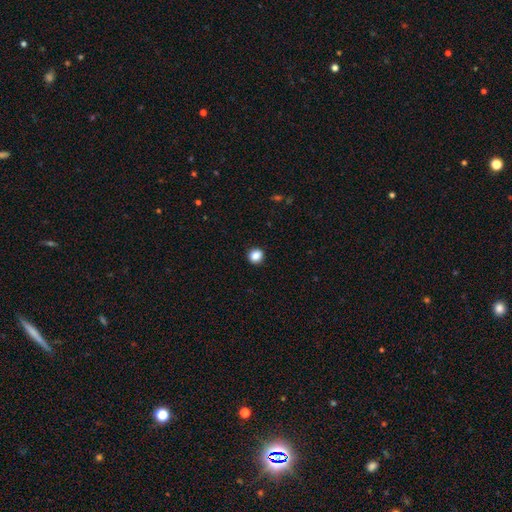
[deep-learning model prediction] Smooth or featured?
  - smooth: 87% *
  - star or artifact: 10%
  - featured or disk: 3%
How rounded?
  - round: 88% *
  - in between: 11%
  - cigar-shaped: 1%
Merging?
  - none: 92% *
  - minor disturbance: 6%
  - major disturbance: 2%
  - merger: 1%